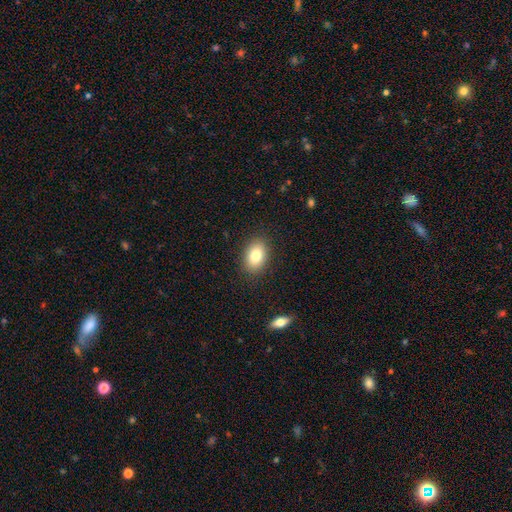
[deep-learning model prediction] This is clearly a smooth galaxy (81%). How rounded: clearly in between (84%). Merging: clearly none (88%).